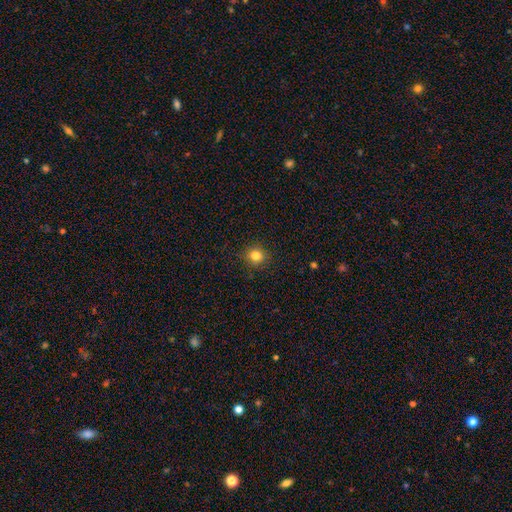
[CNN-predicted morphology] Overall: smooth (81%). How rounded: round (89%). Merging: none (90%).